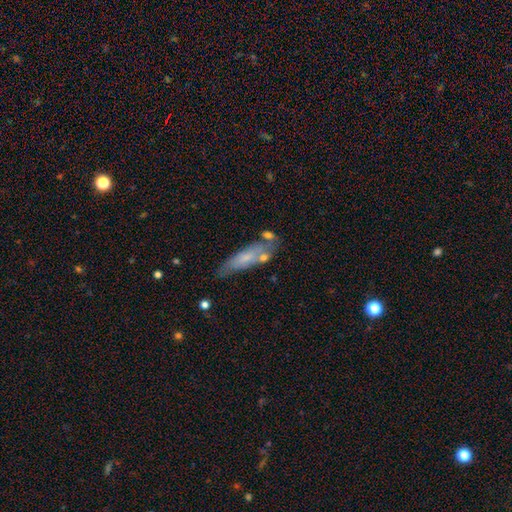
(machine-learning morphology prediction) smooth_or_featured: smooth (p=0.57) [alt: featured or disk p=0.36]
how_rounded: cigar-shaped (p=0.64) [alt: in between p=0.34]
merging: none (p=0.52) [alt: minor disturbance p=0.25]